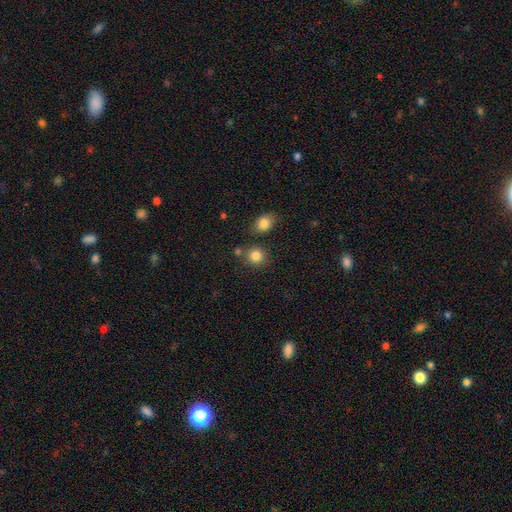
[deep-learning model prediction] A smooth galaxy with no disk features (84%) that is round (86%). Merging: none (74%).